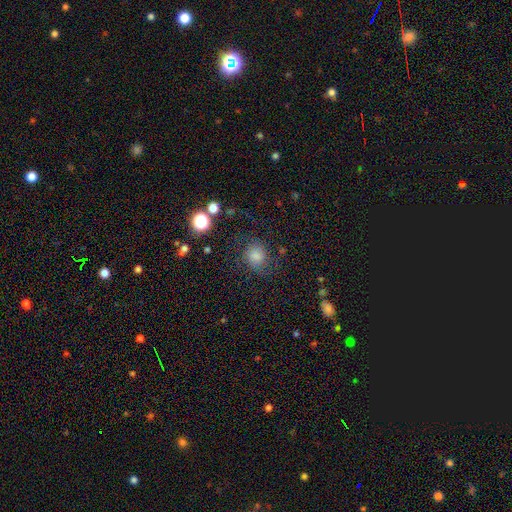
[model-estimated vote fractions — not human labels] This is possibly a smooth galaxy (46%). Merging: likely none (68%).